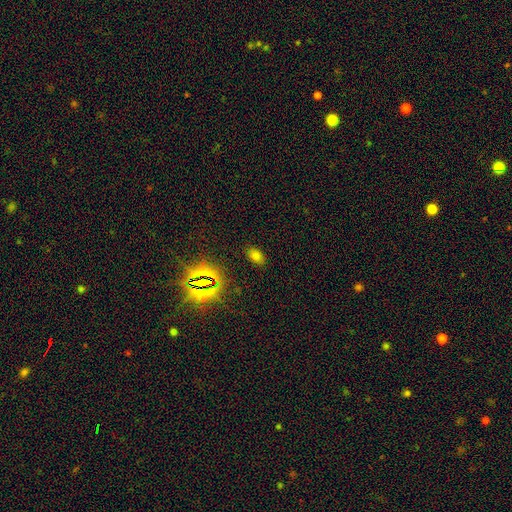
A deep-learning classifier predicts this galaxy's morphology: This appears to be a smooth galaxy with no disk features (66%) that is in between round and cigar-shaped (87%). Merging: none (85%).